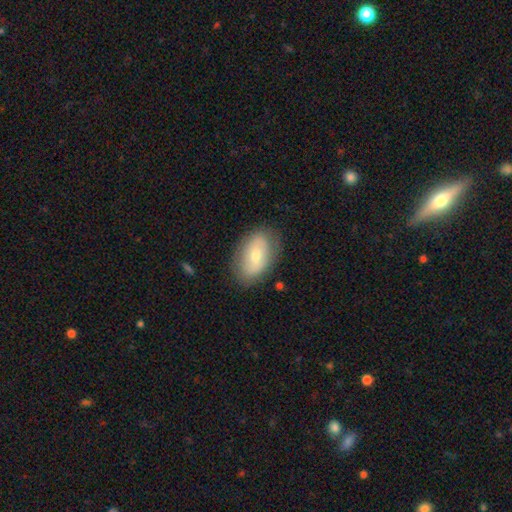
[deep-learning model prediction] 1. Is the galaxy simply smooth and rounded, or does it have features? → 57% smooth, 36% featured or disk, 6% star or artifact.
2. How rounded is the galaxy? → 90% in between, 8% round, 2% cigar-shaped.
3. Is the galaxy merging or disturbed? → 80% none, 15% minor disturbance, 4% major disturbance, 1% merger.